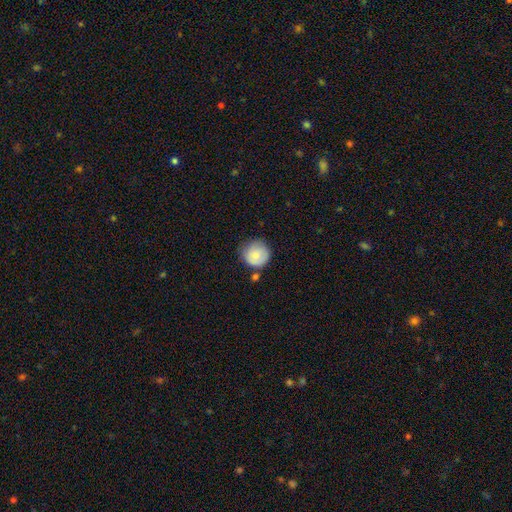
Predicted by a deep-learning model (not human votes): Smooth or featured? Predicted: smooth (p=0.79). How rounded? Predicted: round (p=0.93). Merging? Predicted: none (p=0.68).